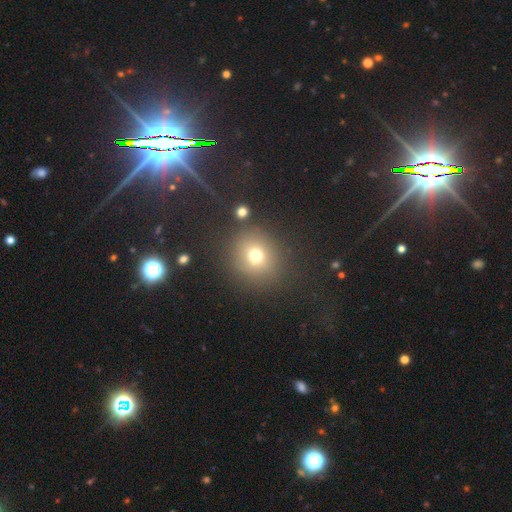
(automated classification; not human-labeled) This is likely a smooth galaxy (70%). How rounded: clearly round (86%). Merging: clearly none (82%).